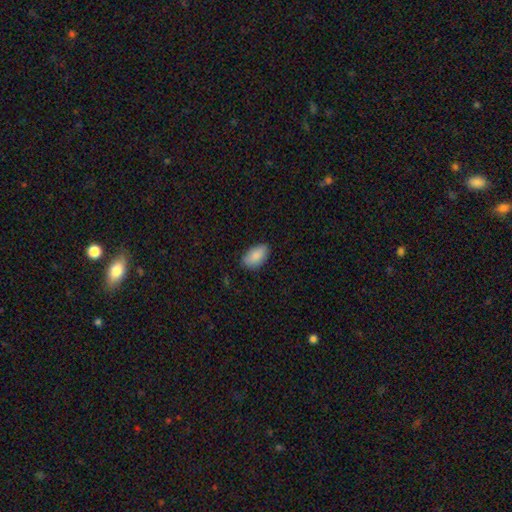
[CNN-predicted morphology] smooth 88%, star or artifact 7%, featured or disk 6%. Down the decision tree: how rounded — in between (94%); merging — none (82%).